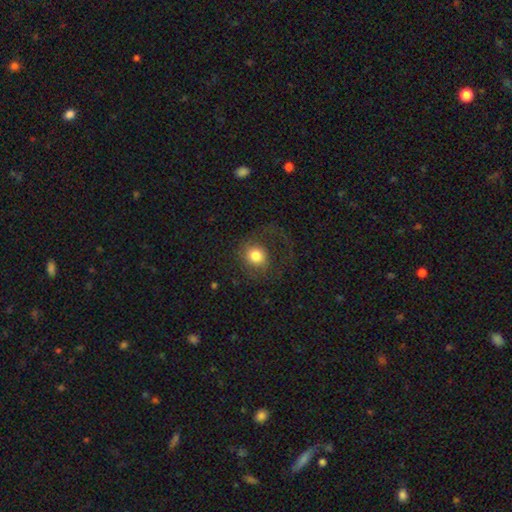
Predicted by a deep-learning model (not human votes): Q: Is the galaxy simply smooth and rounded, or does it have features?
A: smooth — 69%.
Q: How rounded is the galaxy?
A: round — 81%.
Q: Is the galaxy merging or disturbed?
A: none — 51%.